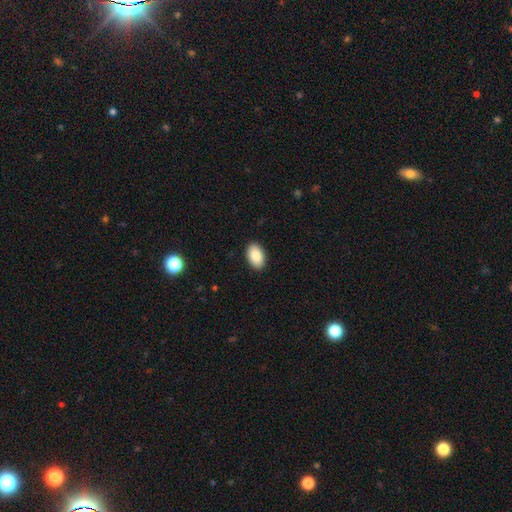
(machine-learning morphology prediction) This appears to be a smooth galaxy with no disk features (87%) that is in between round and cigar-shaped (93%). Merging: none (90%).